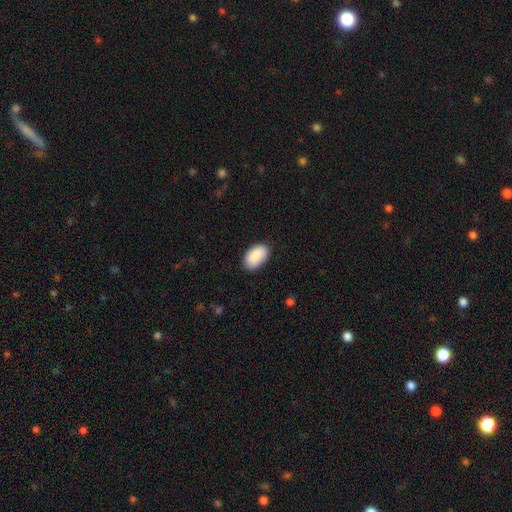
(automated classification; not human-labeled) Q: Smooth or featured?
A: smooth (89%); runner-up: star or artifact (6%)
Q: How rounded?
A: in between (94%); runner-up: round (4%)
Q: Merging?
A: none (84%); runner-up: minor disturbance (13%)